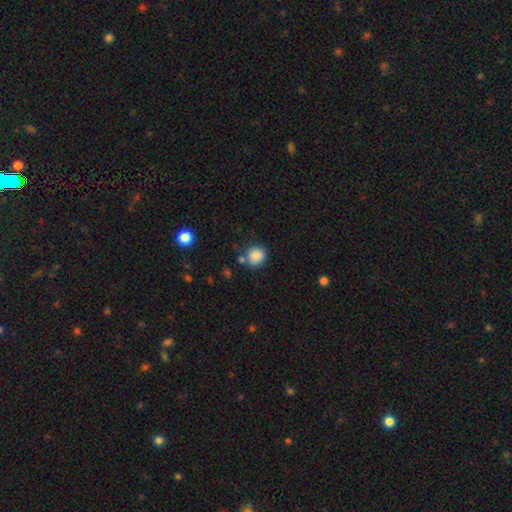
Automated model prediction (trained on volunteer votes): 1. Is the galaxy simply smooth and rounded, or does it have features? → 87% smooth, 9% star or artifact, 4% featured or disk.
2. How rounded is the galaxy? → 83% round, 16% in between, 1% cigar-shaped.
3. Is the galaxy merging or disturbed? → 75% none, 13% minor disturbance, 8% merger, 4% major disturbance.